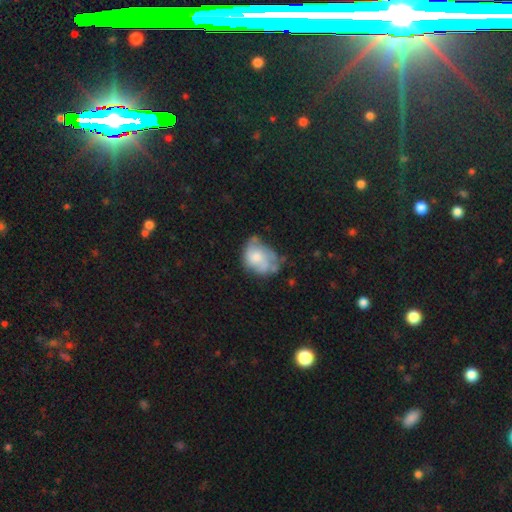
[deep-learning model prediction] Q: Smooth or featured?
A: featured or disk (46%); tied with: smooth (46%)
Q: Merging?
A: none (38%); runner-up: minor disturbance (33%)